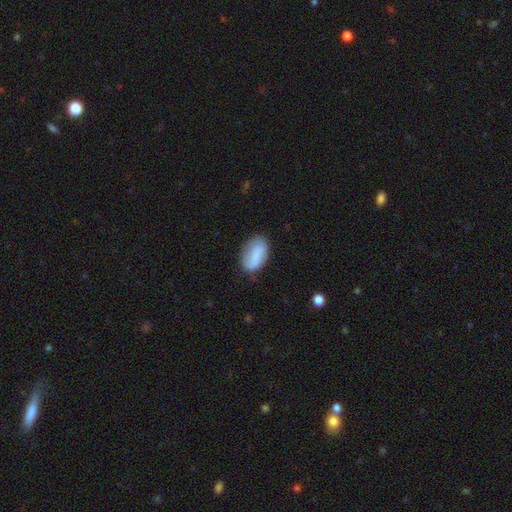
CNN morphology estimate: smooth_or_featured: smooth (p=0.71) [alt: featured or disk p=0.21]
how_rounded: in between (p=0.91) [alt: round p=0.07]
merging: none (p=0.69) [alt: minor disturbance p=0.22]